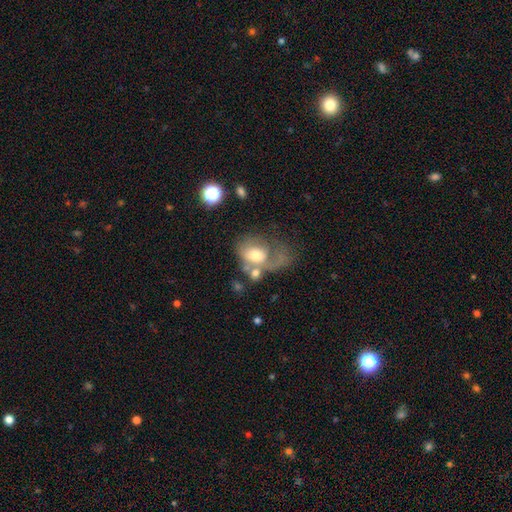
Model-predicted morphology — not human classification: Overall: smooth (49%; featured or disk 42%). Merging: major disturbance (43%; merger 24%).